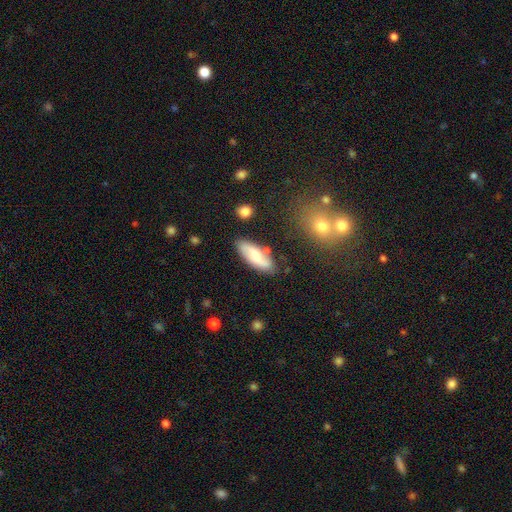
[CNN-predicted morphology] Smooth or featured? Predicted: smooth (p=0.56). How rounded? Predicted: in between (p=0.70). Merging? Predicted: none (p=0.75).